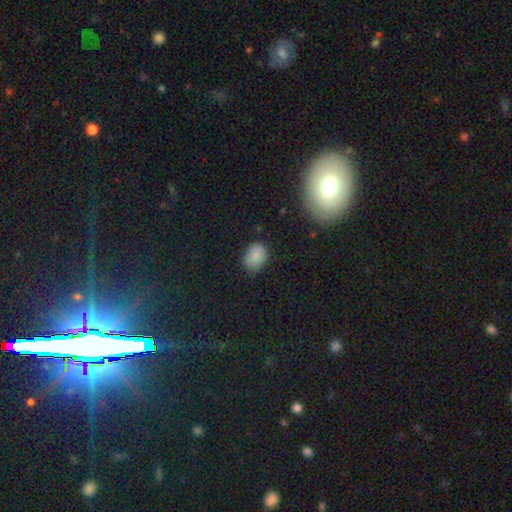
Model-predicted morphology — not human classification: Smooth or featured: smooth — 84% (star or artifact — 10%)
How rounded: in between — 70% (round — 29%)
Merging: none — 78% (minor disturbance — 18%)